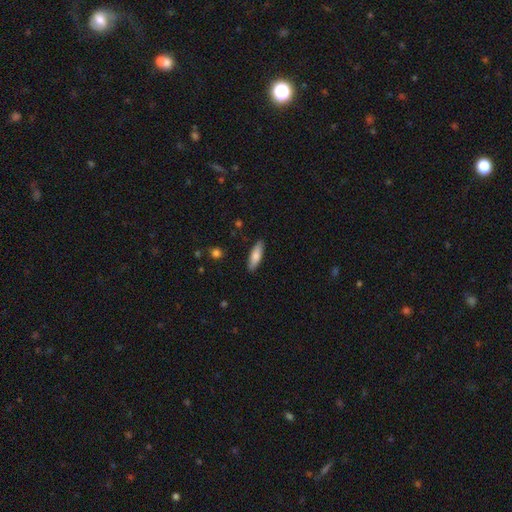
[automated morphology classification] Q: Smooth or featured?
A: smooth (79%); runner-up: featured or disk (15%)
Q: How rounded?
A: in between (50%); runner-up: cigar-shaped (48%)
Q: Merging?
A: none (88%); runner-up: minor disturbance (9%)